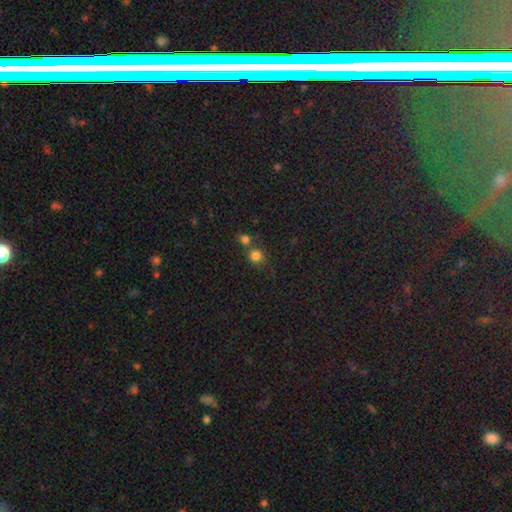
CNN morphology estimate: type=smooth (79%); roundness=round (87%); merging=none (57%).